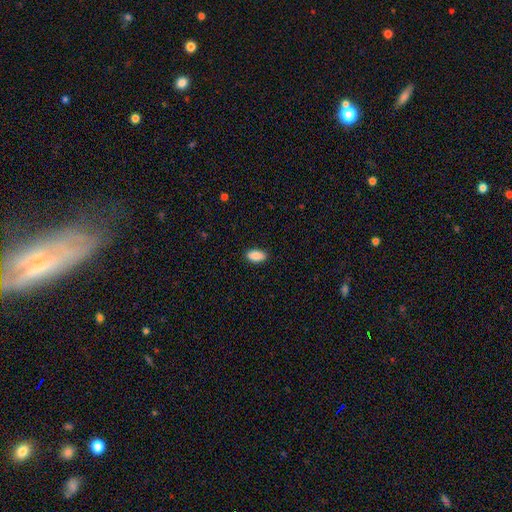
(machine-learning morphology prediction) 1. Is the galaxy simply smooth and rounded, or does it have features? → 89% smooth, 7% star or artifact, 4% featured or disk.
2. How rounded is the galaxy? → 94% in between, 4% round, 3% cigar-shaped.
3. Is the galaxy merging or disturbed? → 87% none, 10% minor disturbance, 2% major disturbance, 1% merger.